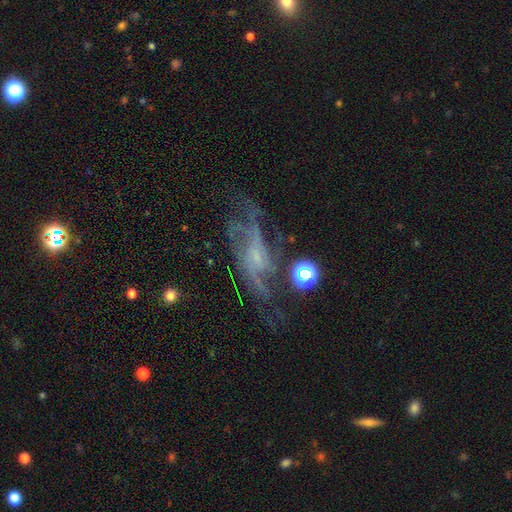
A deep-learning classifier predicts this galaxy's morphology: Overall: featured or disk (77%). Edge-on disk: no (91%). Bar: no (61%; weak 31%). Spiral arms: yes (87%). Spiral arm count: 2 (36%; can't tell 27%). Spiral winding: loose (45%; medium 38%). Bulge size: small (56%; none 27%). Merging: none (51%; major disturbance 24%).